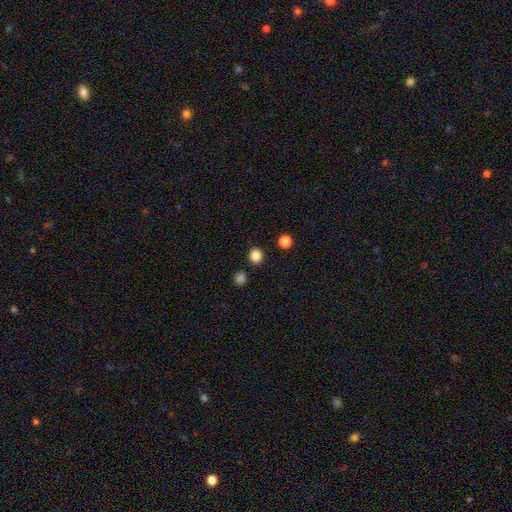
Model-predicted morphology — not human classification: Smooth or featured: smooth — 85% (star or artifact — 12%)
How rounded: round — 88% (in between — 11%)
Merging: none — 90% (minor disturbance — 5%)